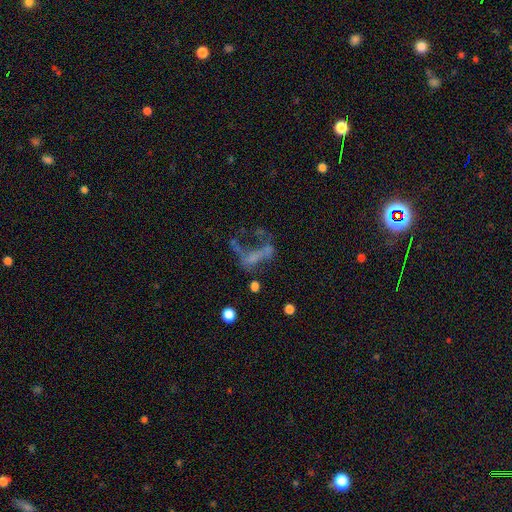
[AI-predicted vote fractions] Smooth or featured: featured or disk — 49% (star or artifact — 26%)
Merging: major disturbance — 43% (none — 27%)